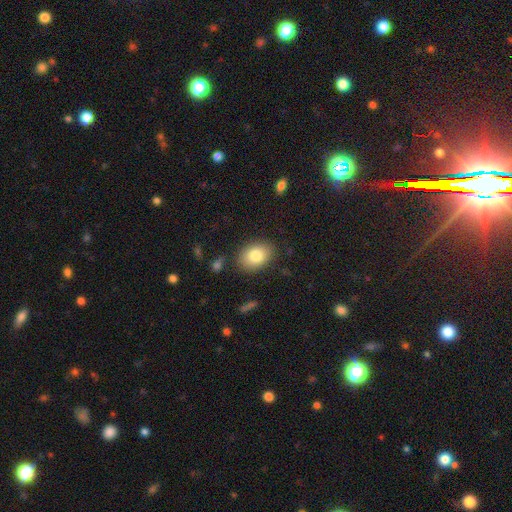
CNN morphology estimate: Smooth or featured? smooth (83%)
How rounded? in between (82%)
Merging? none (84%)